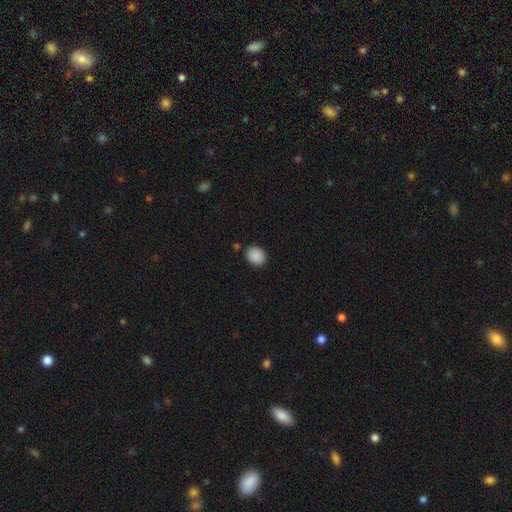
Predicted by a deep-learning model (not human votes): Overall: smooth (89%). How rounded: round (53%; in between 46%). Merging: none (85%).